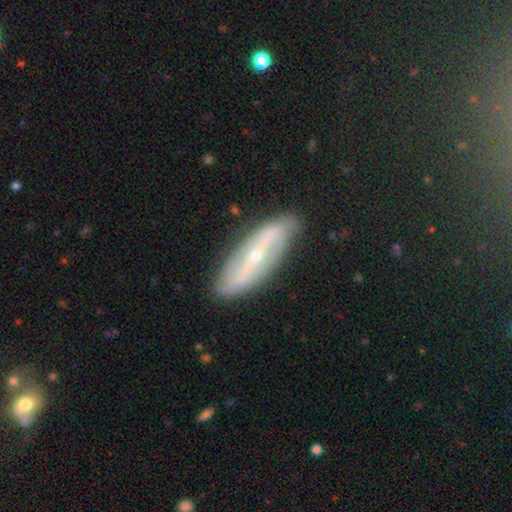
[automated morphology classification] The model was most divided on "bar": strong: 56%, weak: 26%, no: 18%. More confident: merging — none (84%); edge-on disk — no (79%); smooth or featured — featured or disk (79%); spiral arms — yes (75%); bulge size — small (68%).